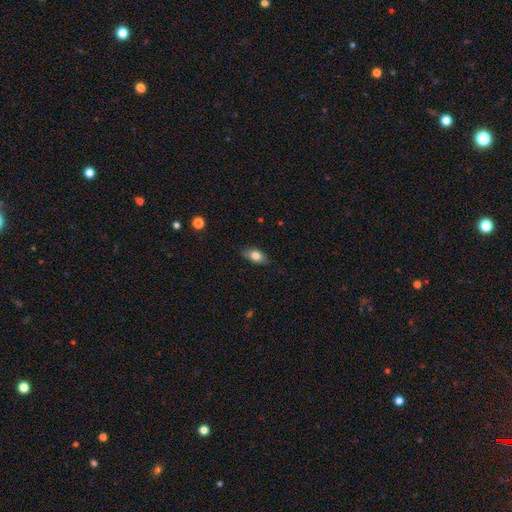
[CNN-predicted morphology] Overall: smooth (80%). How rounded: in between (86%). Merging: none (81%).